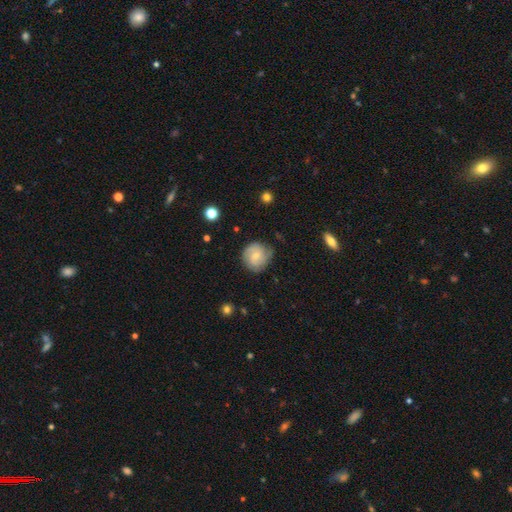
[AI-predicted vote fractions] Smooth or featured? featured or disk (56%)
Edge-on disk? no (98%)
Bar? no (70%)
Spiral arms? yes (89%)
Bulge size? small (65%)
Merging? none (70%)